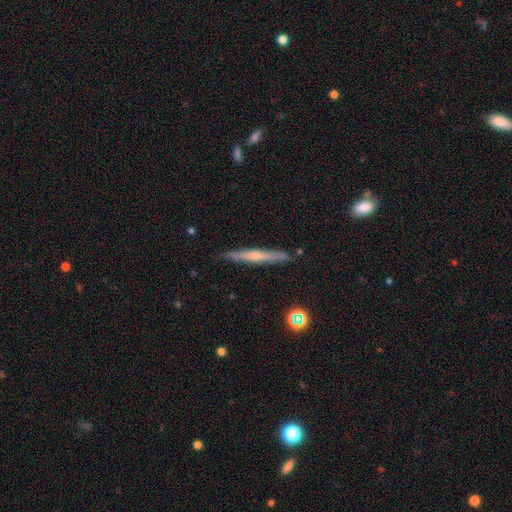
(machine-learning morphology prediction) Smooth or featured? featured or disk (56%)
Edge-on disk? yes (96%)
Edge-on bulge? rounded (58%)
Merging? none (88%)